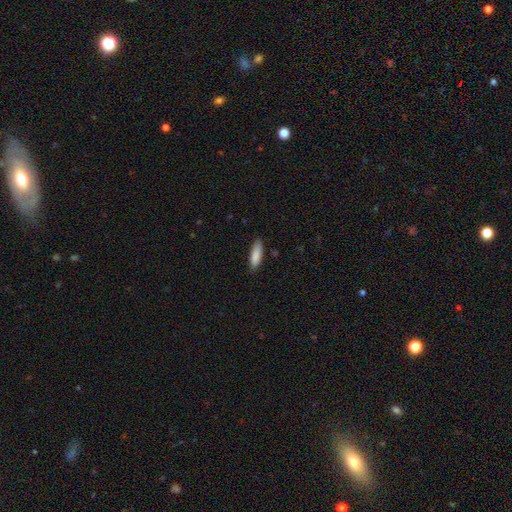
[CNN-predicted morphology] This appears to be a smooth galaxy with no disk features (87%) that is cigar-shaped (53%). Merging: none (83%).